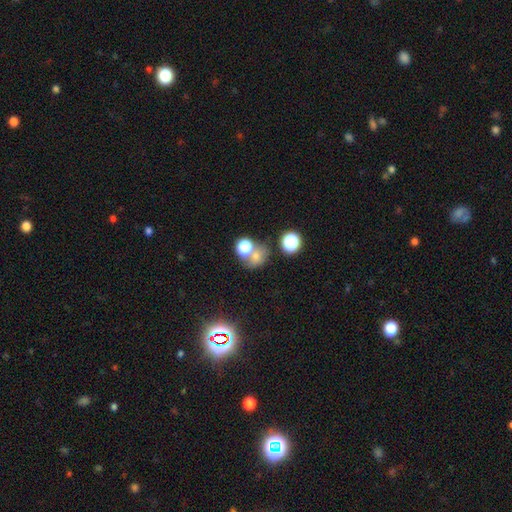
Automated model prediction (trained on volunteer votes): Smooth or featured?
  - smooth: 70% *
  - star or artifact: 19%
  - featured or disk: 12%
How rounded?
  - round: 61% *
  - in between: 38%
  - cigar-shaped: 1%
Merging?
  - none: 44% *
  - merger: 39%
  - minor disturbance: 11%
  - major disturbance: 6%